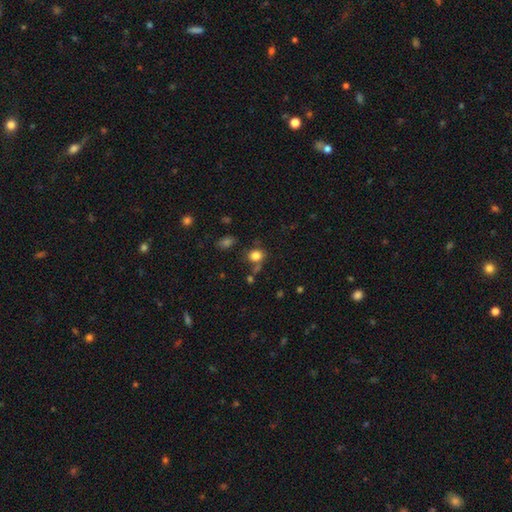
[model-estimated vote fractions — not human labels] Smooth or featured?
  - smooth: 81% *
  - star or artifact: 13%
  - featured or disk: 7%
How rounded?
  - round: 63% *
  - in between: 36%
  - cigar-shaped: 1%
Merging?
  - none: 64% *
  - minor disturbance: 16%
  - merger: 13%
  - major disturbance: 7%